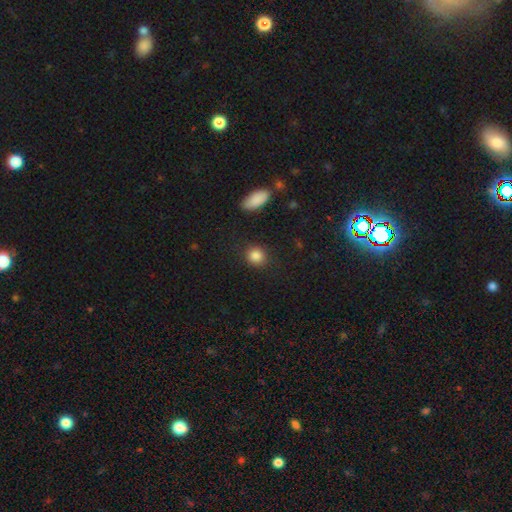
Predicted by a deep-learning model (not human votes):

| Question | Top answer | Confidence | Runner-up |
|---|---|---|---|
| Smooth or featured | smooth | 87% | star or artifact (9%) |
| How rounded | round | 80% | in between (18%) |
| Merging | none | 88% | minor disturbance (8%) |